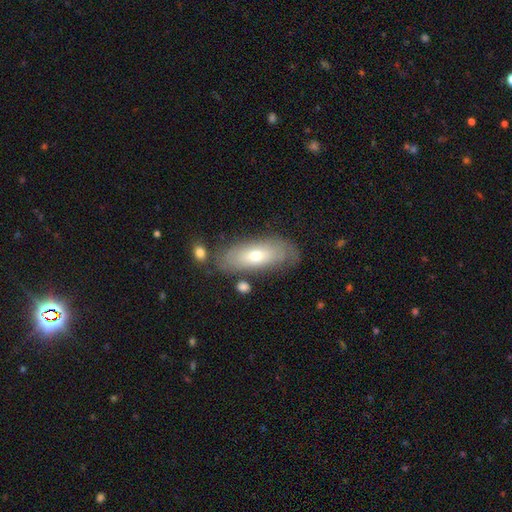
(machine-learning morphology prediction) Smooth or featured: smooth — 47% (featured or disk — 46%)
Merging: none — 71% (minor disturbance — 18%)